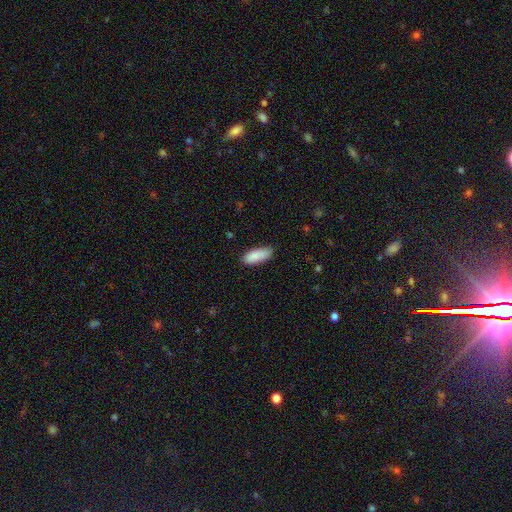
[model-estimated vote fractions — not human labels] smooth_or_featured: smooth (p=0.89) [alt: star or artifact p=0.06]
how_rounded: in between (p=0.75) [alt: cigar-shaped p=0.23]
merging: none (p=0.81) [alt: minor disturbance p=0.15]